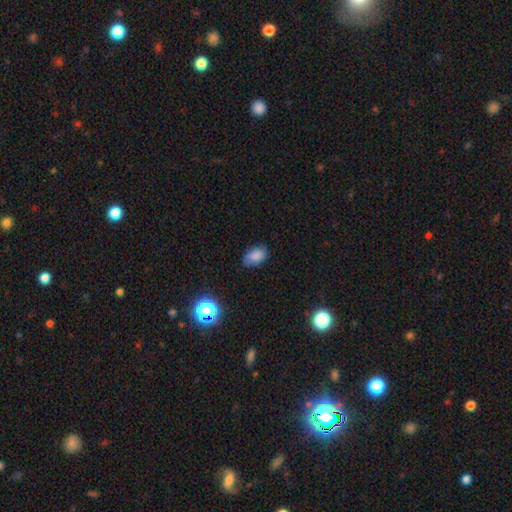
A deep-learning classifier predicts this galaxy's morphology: Smooth or featured? Predicted: smooth (p=0.79). How rounded? Predicted: in between (p=0.89). Merging? Predicted: none (p=0.71).